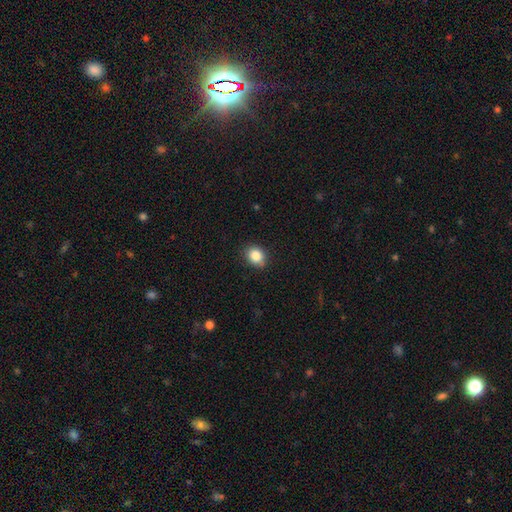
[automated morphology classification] A smooth galaxy with no disk features (85%) that is round (54%). Merging: none (84%).